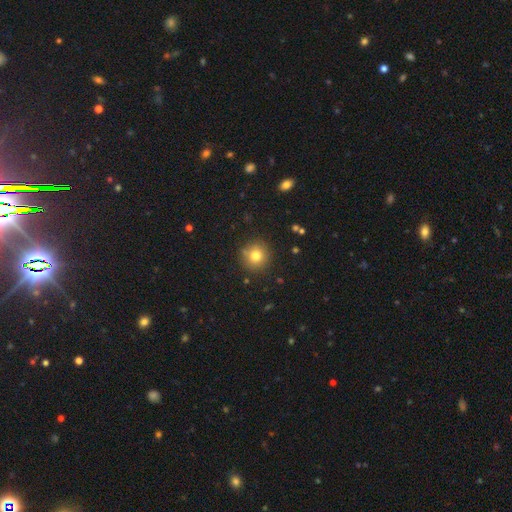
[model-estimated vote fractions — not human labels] Smooth or featured: smooth — 78% (star or artifact — 12%)
How rounded: round — 94% (in between — 5%)
Merging: none — 87% (minor disturbance — 8%)